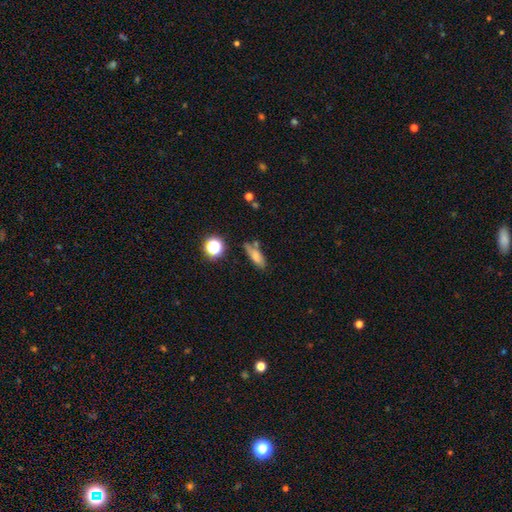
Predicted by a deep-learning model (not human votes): smooth_or_featured: smooth (p=0.70) [alt: featured or disk p=0.17]
how_rounded: in between (p=0.55) [alt: cigar-shaped p=0.38]
merging: none (p=0.60) [alt: minor disturbance p=0.22]